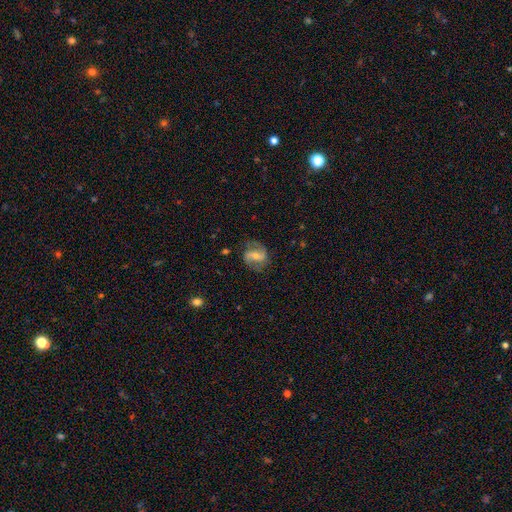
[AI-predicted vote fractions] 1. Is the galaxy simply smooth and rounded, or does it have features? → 74% featured or disk, 19% smooth, 7% star or artifact.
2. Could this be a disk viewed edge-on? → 97% no, 3% yes.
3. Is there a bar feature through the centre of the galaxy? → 43% weak, 33% strong, 24% no.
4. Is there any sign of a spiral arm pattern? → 91% yes, 9% no.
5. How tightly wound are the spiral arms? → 46% medium, 36% loose, 18% tight.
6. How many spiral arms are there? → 89% 2, 5% can't tell, 3% 1, 1% 3, 1% 4, 1% more than 4.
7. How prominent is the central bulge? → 47% moderate, 43% small, 4% none, 4% large, 1% dominant.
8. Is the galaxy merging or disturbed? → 77% none, 15% minor disturbance, 7% major disturbance, 1% merger.